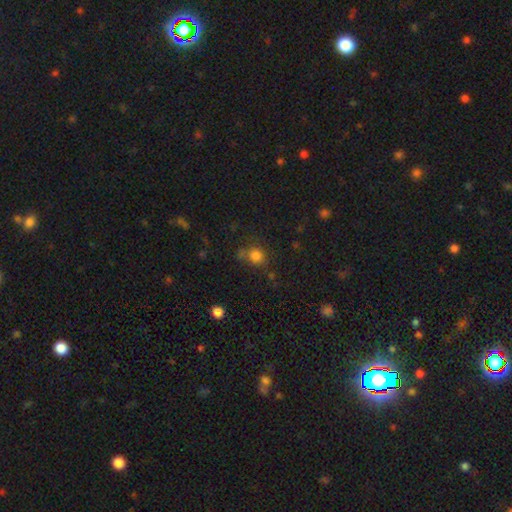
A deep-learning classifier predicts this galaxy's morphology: Smooth or featured?
  - smooth: 79% *
  - star or artifact: 15%
  - featured or disk: 7%
How rounded?
  - round: 84% *
  - in between: 15%
  - cigar-shaped: 1%
Merging?
  - none: 64% *
  - minor disturbance: 17%
  - merger: 12%
  - major disturbance: 7%